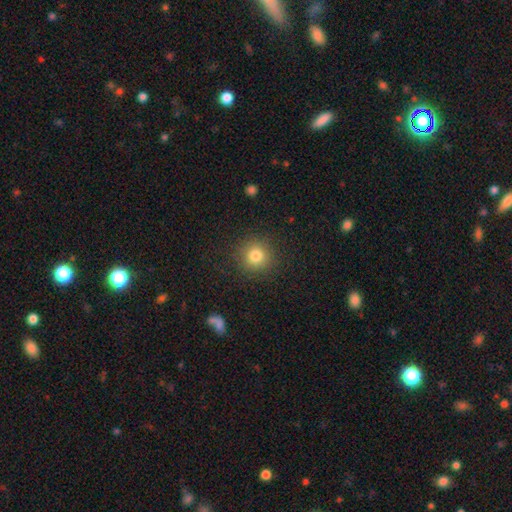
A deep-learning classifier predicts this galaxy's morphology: smooth_or_featured: smooth (p=0.81) [alt: star or artifact p=0.13]
how_rounded: round (p=0.92) [alt: in between p=0.07]
merging: none (p=0.89) [alt: minor disturbance p=0.07]